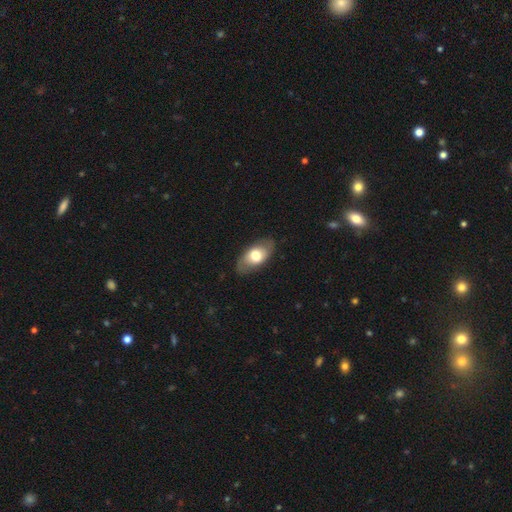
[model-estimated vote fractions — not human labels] Smooth or featured? Predicted: smooth (p=0.59). How rounded? Predicted: in between (p=0.91). Merging? Predicted: none (p=0.82).